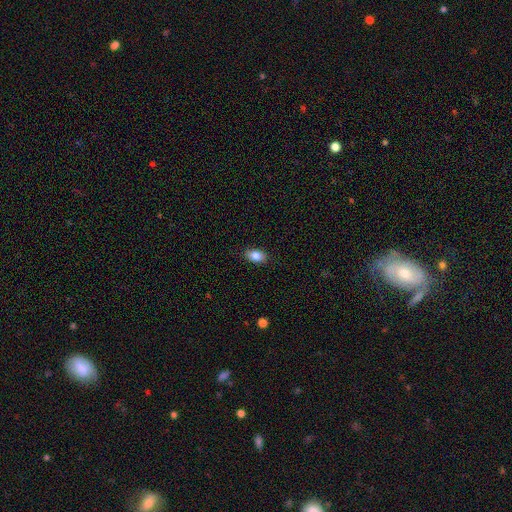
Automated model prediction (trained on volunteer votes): A smooth galaxy with no disk features (86%) that is in between round and cigar-shaped (90%).

Vote fractions:
- Smooth or featured? smooth: 86% / star or artifact: 8% / featured or disk: 6%
- How rounded? in between: 90% / round: 7% / cigar-shaped: 3%
- Merging? none: 87% / minor disturbance: 9% / major disturbance: 2% / merger: 1%